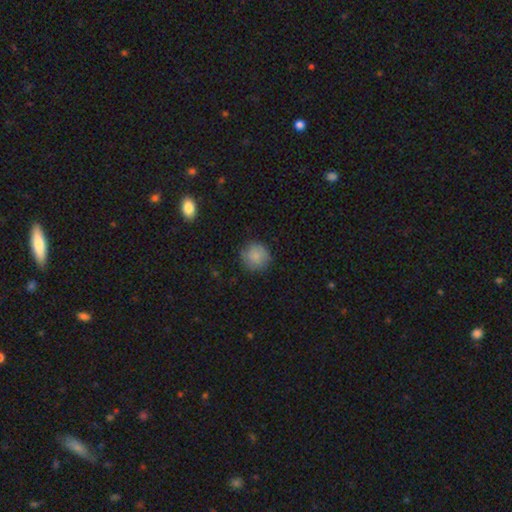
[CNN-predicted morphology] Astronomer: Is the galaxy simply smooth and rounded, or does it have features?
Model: smooth — 85%.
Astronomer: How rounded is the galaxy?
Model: round — 92%.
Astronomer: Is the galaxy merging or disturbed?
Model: none — 84%.